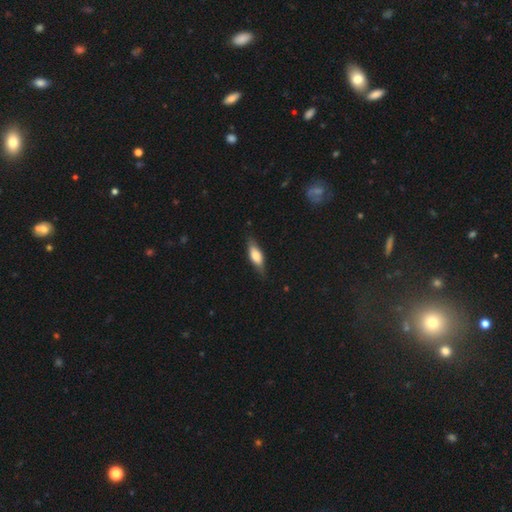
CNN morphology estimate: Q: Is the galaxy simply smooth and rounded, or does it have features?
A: smooth — 63%.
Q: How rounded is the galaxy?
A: in between — 60%.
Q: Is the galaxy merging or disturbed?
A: none — 78%.